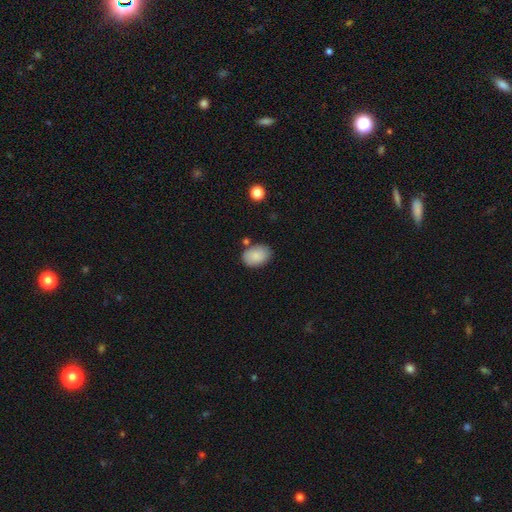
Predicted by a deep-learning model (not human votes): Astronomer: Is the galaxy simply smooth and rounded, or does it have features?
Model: smooth — 87%.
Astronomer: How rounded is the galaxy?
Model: in between — 85%.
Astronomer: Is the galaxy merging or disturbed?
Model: none — 77%.